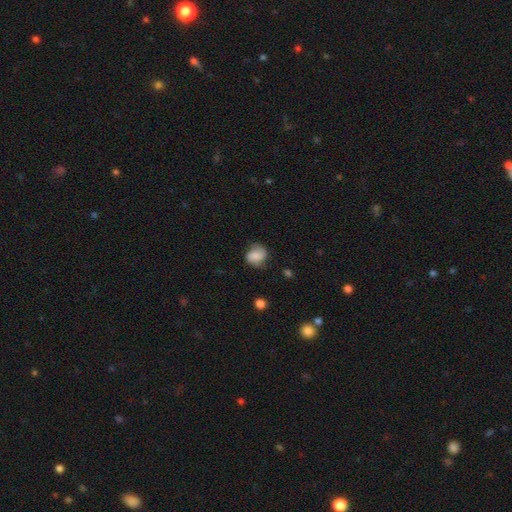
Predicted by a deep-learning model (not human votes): This appears to be a smooth galaxy with no disk features (66%) that is round (64%). Merging: none (65%).